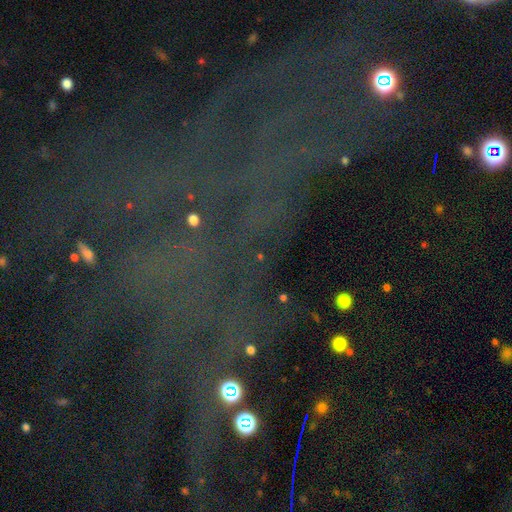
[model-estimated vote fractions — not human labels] A star or artifact, not a galaxy (78%).